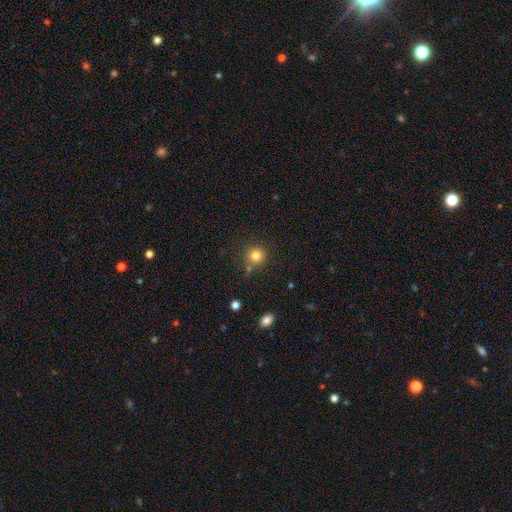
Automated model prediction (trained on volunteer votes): Smooth or featured? smooth (81%)
How rounded? round (93%)
Merging? none (81%)